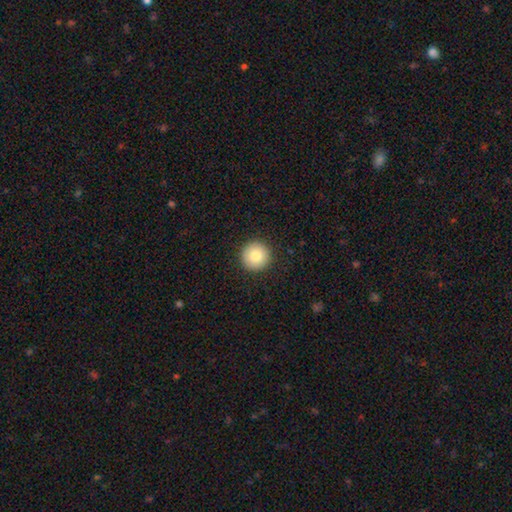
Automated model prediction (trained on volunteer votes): smooth 82%, featured or disk 9%, star or artifact 9%. Down the decision tree: how rounded — round (96%); merging — none (92%).